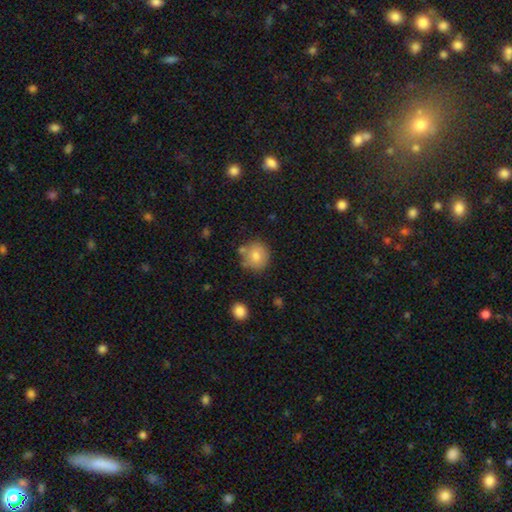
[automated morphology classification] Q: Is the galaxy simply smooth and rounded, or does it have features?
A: smooth — 77%.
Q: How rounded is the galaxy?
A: round — 89%.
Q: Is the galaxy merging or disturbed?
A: none — 75%.